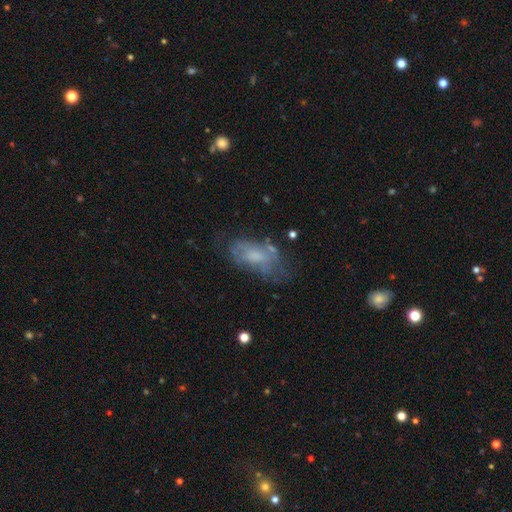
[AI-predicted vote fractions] Smooth or featured? Predicted: featured or disk (p=0.45, tied with smooth). Merging? Predicted: none (p=0.48).